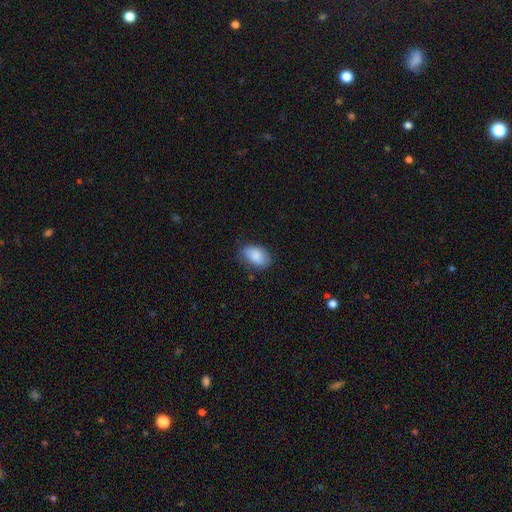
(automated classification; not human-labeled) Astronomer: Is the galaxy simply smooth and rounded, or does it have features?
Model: smooth — 86%.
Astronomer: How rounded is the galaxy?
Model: in between — 90%.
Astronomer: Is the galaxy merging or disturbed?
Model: none — 73%.